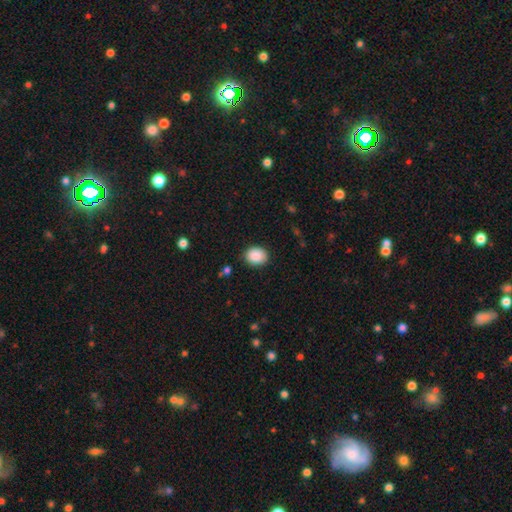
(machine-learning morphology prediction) Overall: smooth (89%). How rounded: round (51%; in between 48%). Merging: none (87%).